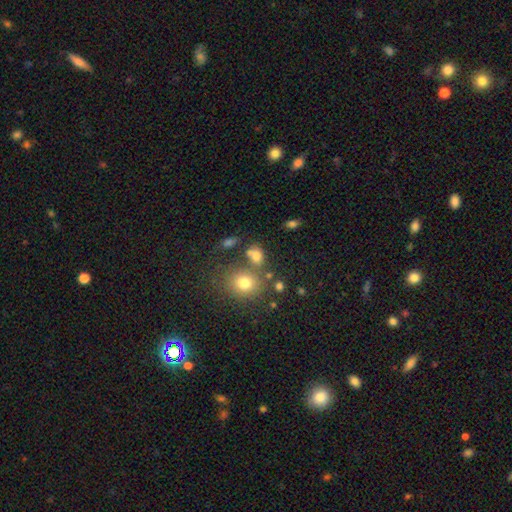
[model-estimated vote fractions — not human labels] A smooth galaxy with no disk features (74%) that is in between round and cigar-shaped (49%, tied with round).

Vote fractions:
- Smooth or featured? smooth: 74% / star or artifact: 16% / featured or disk: 11%
- How rounded? in between: 49% (tied) / round: 49% (tied) / cigar-shaped: 2%
- Merging? none: 53% / merger: 26% / minor disturbance: 14% / major disturbance: 7%